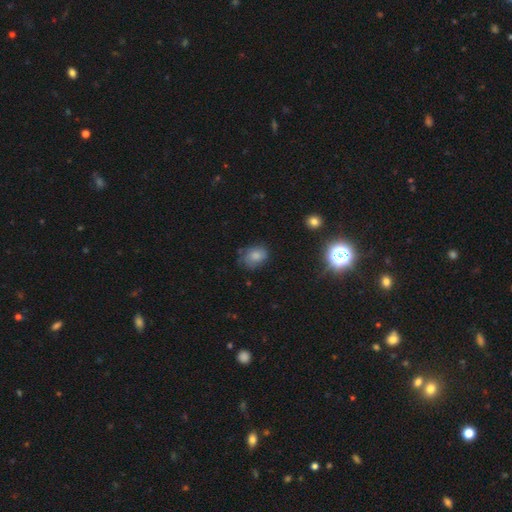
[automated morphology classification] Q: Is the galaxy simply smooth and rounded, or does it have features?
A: smooth — 75%.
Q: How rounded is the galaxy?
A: in between — 65%.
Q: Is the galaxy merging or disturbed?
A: none — 62%.